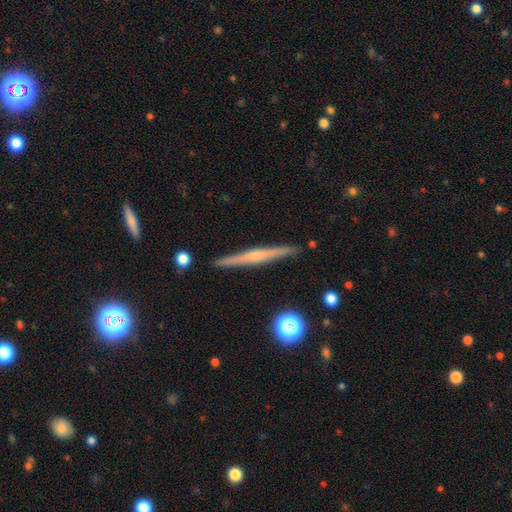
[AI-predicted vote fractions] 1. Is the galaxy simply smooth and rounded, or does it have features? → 75% featured or disk, 19% smooth, 6% star or artifact.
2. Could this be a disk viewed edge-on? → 98% yes, 2% no.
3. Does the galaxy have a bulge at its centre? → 69% rounded, 24% none, 7% boxy.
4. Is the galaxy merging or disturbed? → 91% none, 6% minor disturbance, 1% merger, 1% major disturbance.